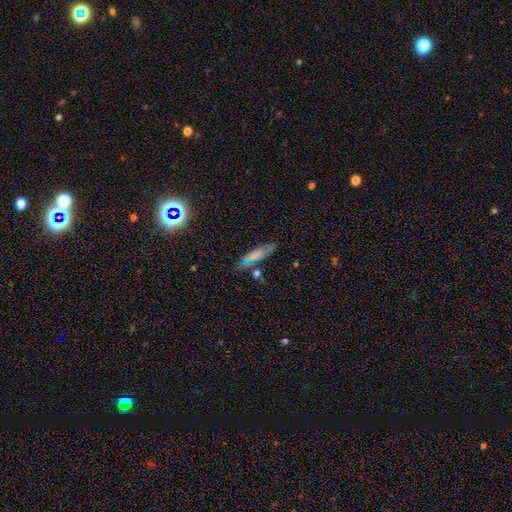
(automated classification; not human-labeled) Overall: smooth (70%). How rounded: cigar-shaped (67%; in between 30%). Merging: none (76%).